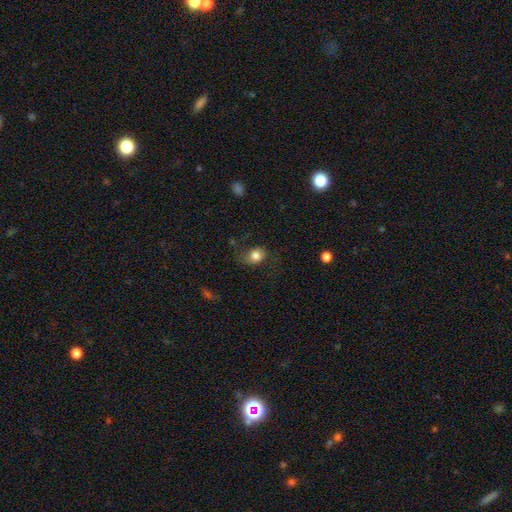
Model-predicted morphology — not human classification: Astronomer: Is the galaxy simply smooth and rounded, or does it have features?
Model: smooth — 79%.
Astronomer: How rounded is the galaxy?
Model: round — 50% (runner-up: in between, 48%).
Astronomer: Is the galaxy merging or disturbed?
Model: none — 63%.